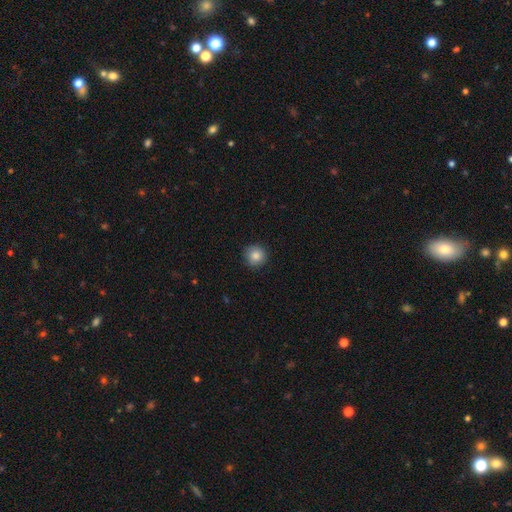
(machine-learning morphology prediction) The model was most divided on "smooth or featured": smooth: 86%, star or artifact: 9%, featured or disk: 6%. More confident: how rounded — round (94%); merging — none (87%).